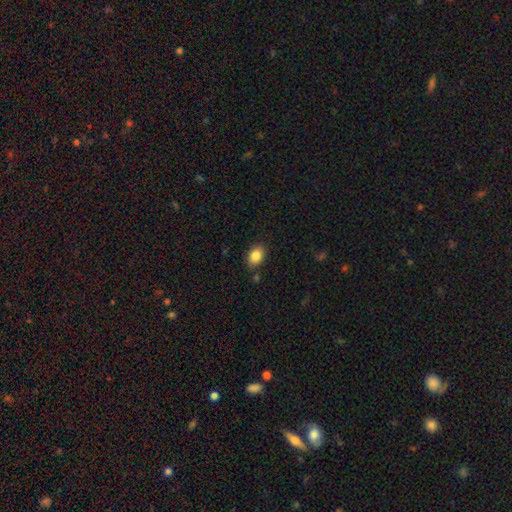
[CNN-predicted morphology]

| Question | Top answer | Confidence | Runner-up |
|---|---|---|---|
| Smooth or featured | smooth | 86% | star or artifact (9%) |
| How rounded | in between | 76% | round (23%) |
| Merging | none | 83% | minor disturbance (12%) |